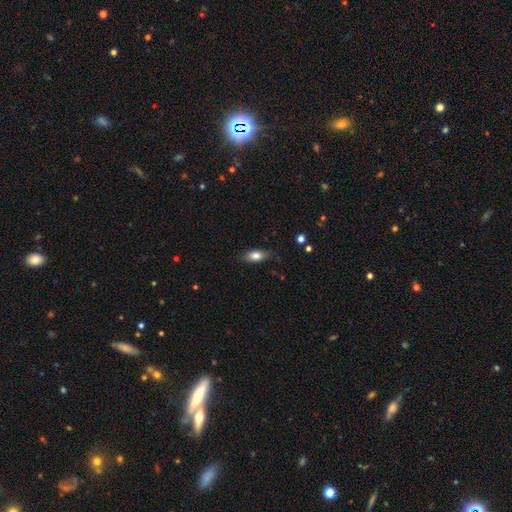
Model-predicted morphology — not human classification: smooth_or_featured: smooth (p=0.79) [alt: featured or disk p=0.14]
how_rounded: in between (p=0.84) [alt: cigar-shaped p=0.12]
merging: none (p=0.80) [alt: minor disturbance p=0.16]